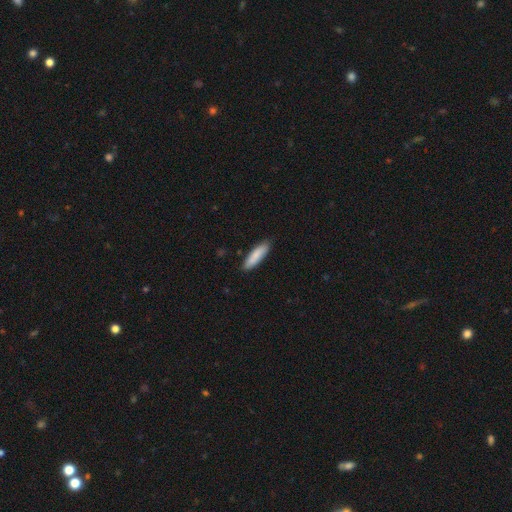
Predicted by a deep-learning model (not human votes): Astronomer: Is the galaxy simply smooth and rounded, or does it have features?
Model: smooth — 85%.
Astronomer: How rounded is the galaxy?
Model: cigar-shaped — 65%.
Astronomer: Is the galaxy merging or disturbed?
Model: none — 86%.